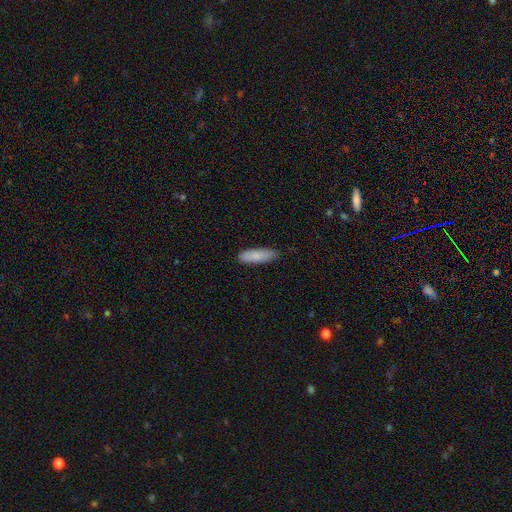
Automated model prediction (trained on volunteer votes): This is clearly a smooth galaxy (85%). How rounded: possibly cigar-shaped (55%). Merging: clearly none (84%).